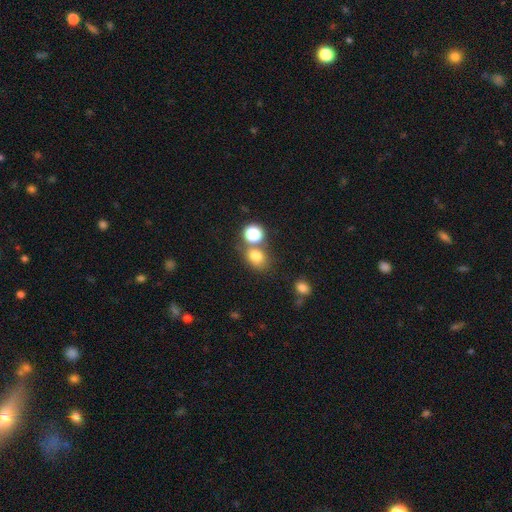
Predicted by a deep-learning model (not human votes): Q: Smooth or featured?
A: smooth (75%); runner-up: star or artifact (16%)
Q: How rounded?
A: round (60%); runner-up: in between (39%)
Q: Merging?
A: none (59%); runner-up: merger (25%)